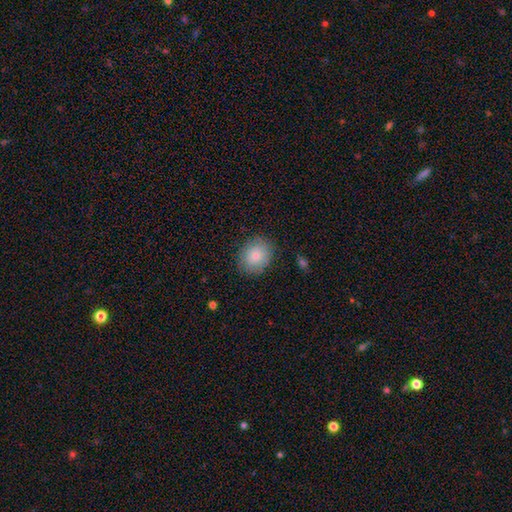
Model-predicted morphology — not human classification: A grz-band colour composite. It shows a smooth galaxy with no disk features (80%) that is round (59%). Merging: none (82%).